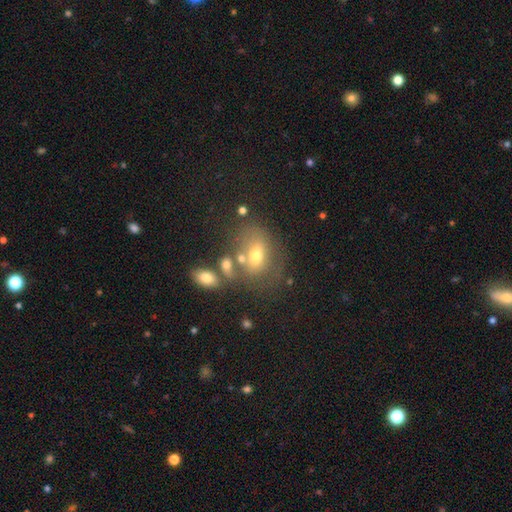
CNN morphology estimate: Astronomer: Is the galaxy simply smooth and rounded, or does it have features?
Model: smooth — 57%.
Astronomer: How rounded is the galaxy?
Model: in between — 71%.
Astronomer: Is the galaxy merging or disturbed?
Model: none — 48% (runner-up: merger, 25%).